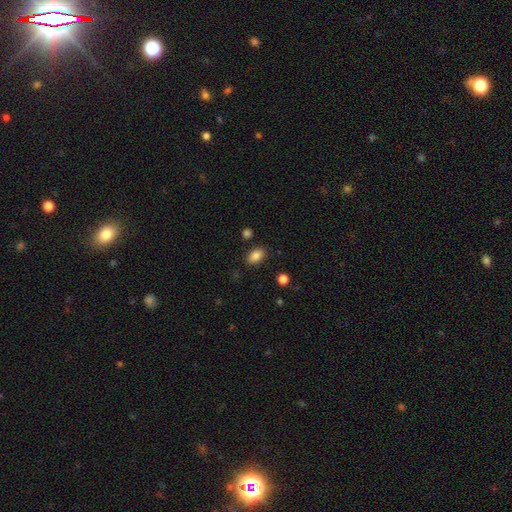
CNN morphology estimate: Smooth or featured?
  - smooth: 85% *
  - star or artifact: 9%
  - featured or disk: 6%
How rounded?
  - in between: 87% *
  - round: 11%
  - cigar-shaped: 2%
Merging?
  - none: 85% *
  - minor disturbance: 10%
  - merger: 3%
  - major disturbance: 3%